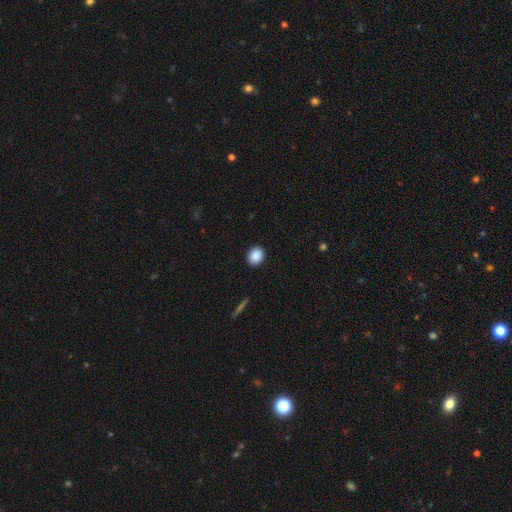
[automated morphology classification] This appears to be a smooth galaxy with no disk features (89%) that is round (64%). Merging: none (91%).